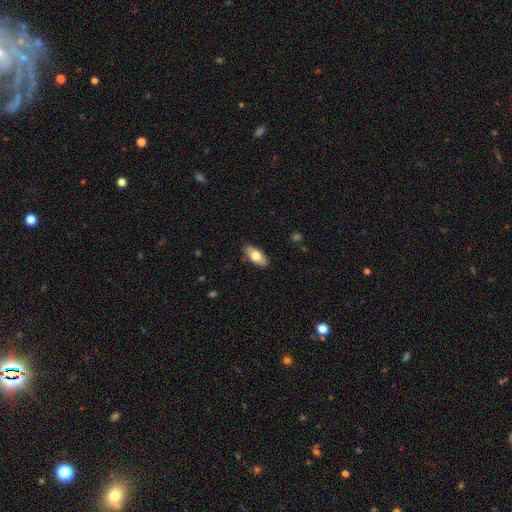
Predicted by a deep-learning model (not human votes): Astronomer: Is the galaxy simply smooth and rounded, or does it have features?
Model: smooth — 73%.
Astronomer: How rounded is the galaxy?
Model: in between — 86%.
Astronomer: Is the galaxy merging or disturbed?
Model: none — 88%.